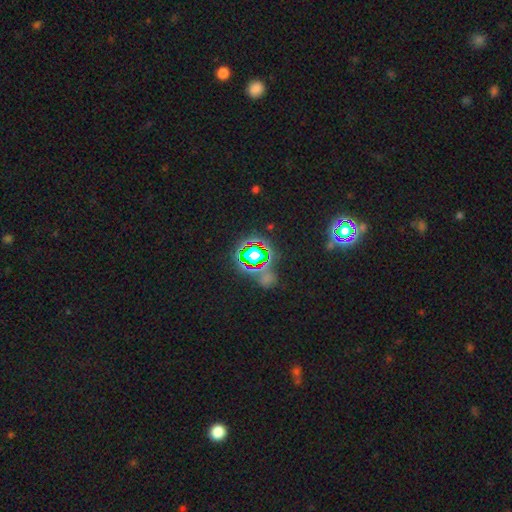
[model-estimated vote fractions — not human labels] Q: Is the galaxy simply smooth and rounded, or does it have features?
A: star or artifact — 68%.